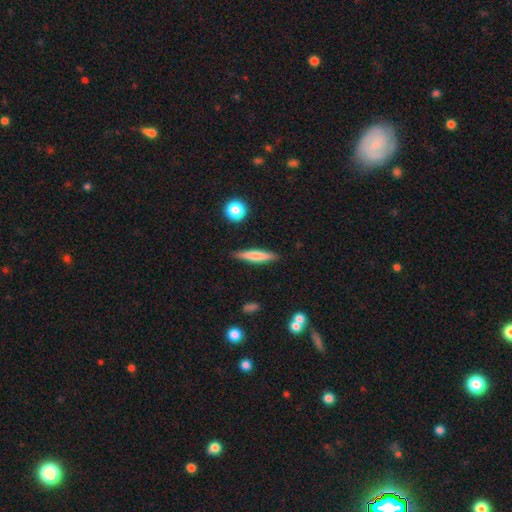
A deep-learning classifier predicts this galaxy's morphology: Smooth or featured: smooth — 69% (featured or disk — 25%)
How rounded: cigar-shaped — 88% (in between — 10%)
Merging: none — 88% (minor disturbance — 8%)